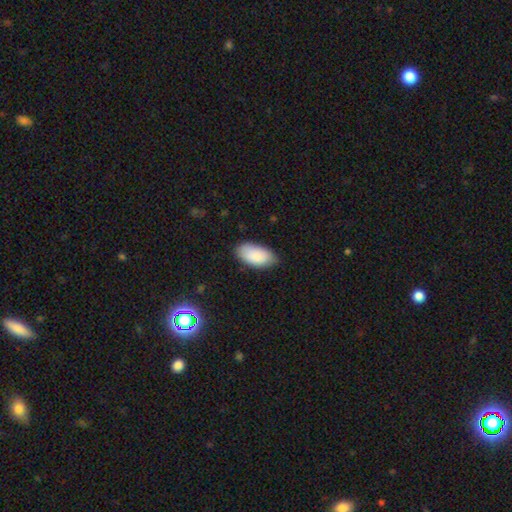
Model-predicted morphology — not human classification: smooth 88%, star or artifact 6%, featured or disk 6%. Down the decision tree: how rounded — in between (95%); merging — none (79%).